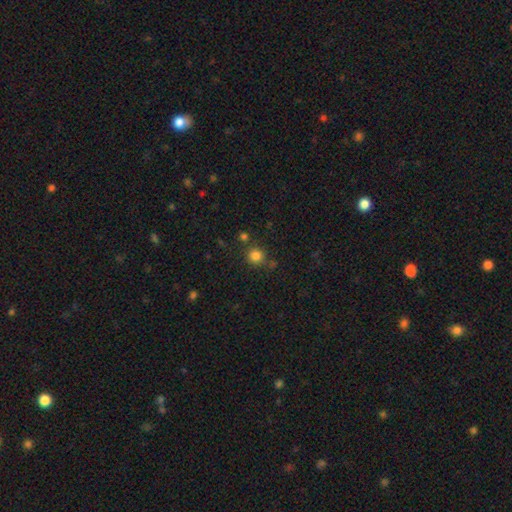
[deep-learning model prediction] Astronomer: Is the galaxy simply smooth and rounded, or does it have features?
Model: smooth — 81%.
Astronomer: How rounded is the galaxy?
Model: round — 92%.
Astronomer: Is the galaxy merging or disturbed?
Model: none — 77%.